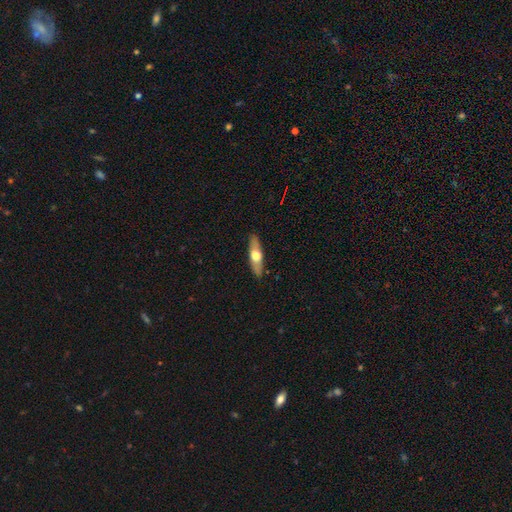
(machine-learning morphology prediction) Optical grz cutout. It shows a smooth galaxy with no disk features (50%). Merging: none (89%).